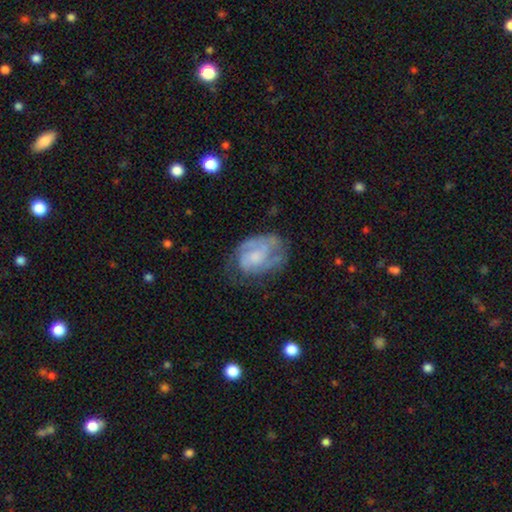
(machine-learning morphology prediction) Q: Smooth or featured?
A: featured or disk (67%); runner-up: smooth (26%)
Q: Edge-on disk?
A: no (97%); runner-up: yes (3%)
Q: Bar?
A: no (68%); runner-up: weak (27%)
Q: Spiral arms?
A: yes (79%); runner-up: no (21%)
Q: Spiral winding?
A: tight (45%); runner-up: medium (39%)
Q: Spiral arm count?
A: 2 (37%); runner-up: can't tell (32%)
Q: Bulge size?
A: small (38%); runner-up: moderate (30%)
Q: Merging?
A: none (50%); runner-up: minor disturbance (26%)